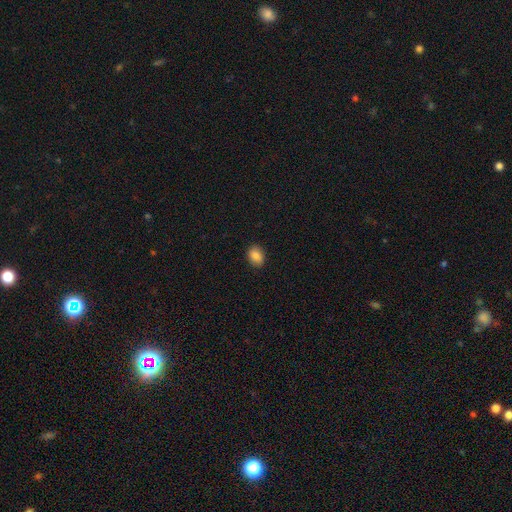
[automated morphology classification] Q: Smooth or featured?
A: smooth (85%); runner-up: star or artifact (9%)
Q: How rounded?
A: in between (67%); runner-up: round (32%)
Q: Merging?
A: none (89%); runner-up: minor disturbance (8%)